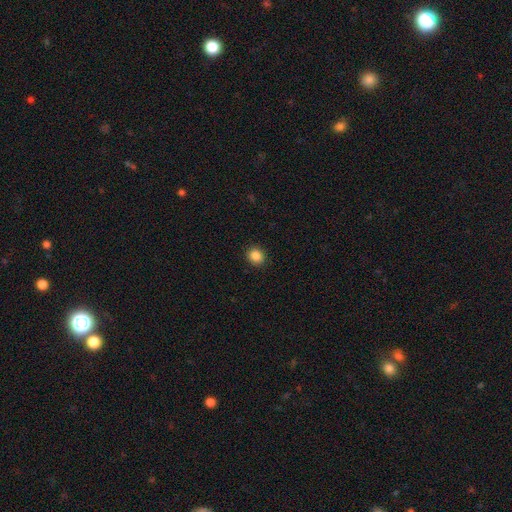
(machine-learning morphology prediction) smooth_or_featured: smooth (p=0.86) [alt: star or artifact p=0.10]
how_rounded: round (p=0.79) [alt: in between p=0.20]
merging: none (p=0.91) [alt: minor disturbance p=0.06]